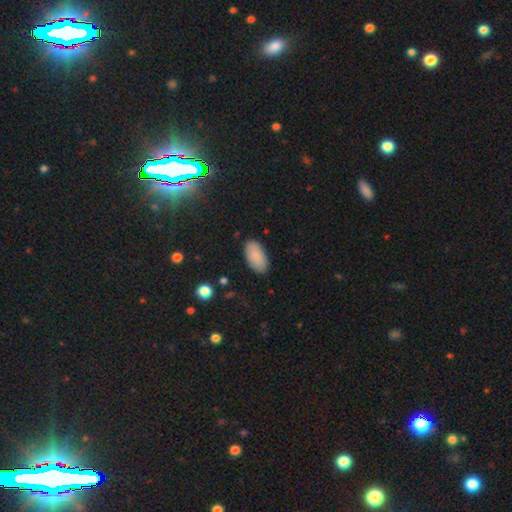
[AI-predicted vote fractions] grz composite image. It shows a smooth galaxy with no disk features (88%) that is in between round and cigar-shaped (95%). Merging: none (86%).